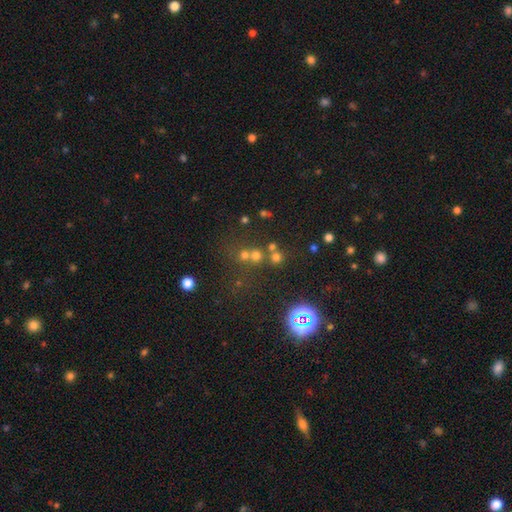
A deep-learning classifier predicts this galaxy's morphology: Smooth or featured: smooth — 56% (star or artifact — 33%)
How rounded: round — 88% (in between — 10%)
Merging: none — 56% (merger — 32%)